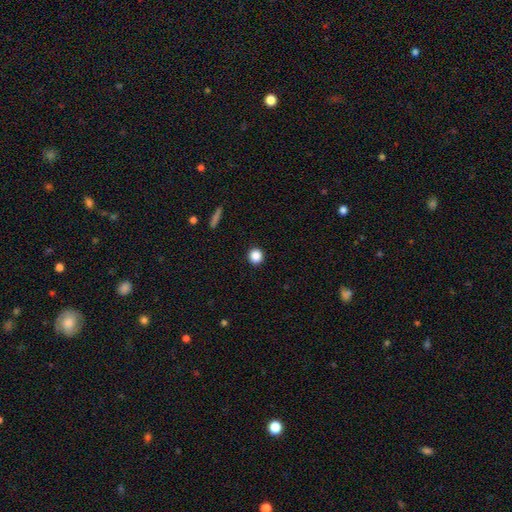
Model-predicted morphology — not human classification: Q: Smooth or featured?
A: smooth (87%); runner-up: star or artifact (10%)
Q: How rounded?
A: round (94%); runner-up: in between (5%)
Q: Merging?
A: none (93%); runner-up: minor disturbance (5%)